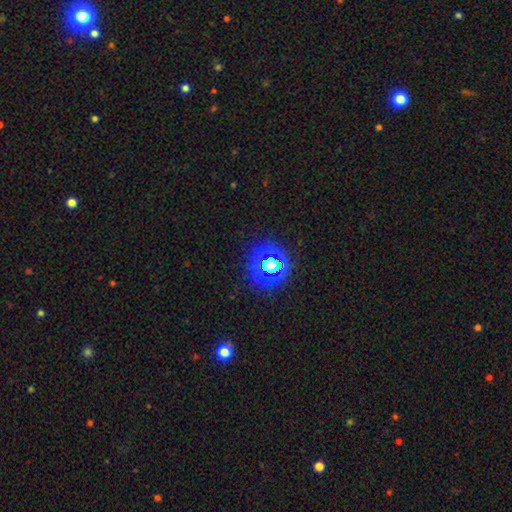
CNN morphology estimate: A star or artifact, not a galaxy (67%).